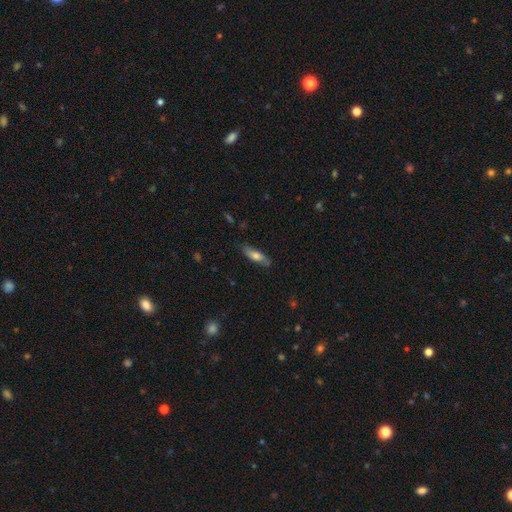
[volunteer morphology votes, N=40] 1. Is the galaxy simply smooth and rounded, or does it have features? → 60% smooth, 32% featured or disk, 8% star or artifact.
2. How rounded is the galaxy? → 62% cigar-shaped, 29% in between, 8% round.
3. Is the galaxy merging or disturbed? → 78% none, 19% minor disturbance, 3% merger, 0% major disturbance.